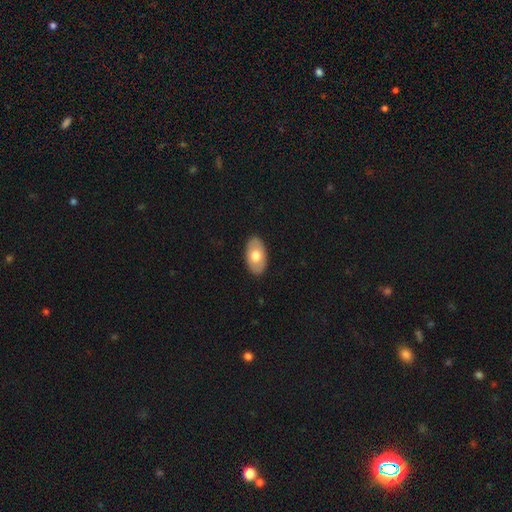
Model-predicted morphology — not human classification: This is likely a smooth galaxy (68%). How rounded: clearly in between (94%). Merging: clearly none (88%).